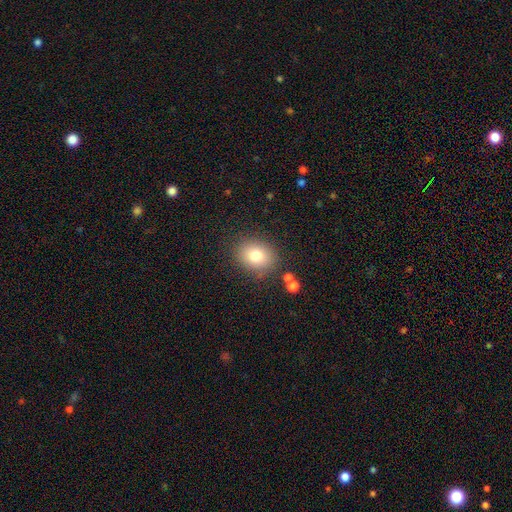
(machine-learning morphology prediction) smooth_or_featured: smooth (p=0.79) [alt: star or artifact p=0.10]
how_rounded: round (p=0.53) [alt: in between p=0.47]
merging: none (p=0.83) [alt: minor disturbance p=0.11]